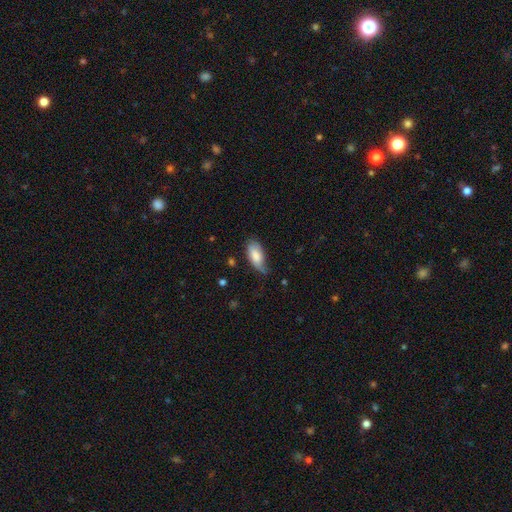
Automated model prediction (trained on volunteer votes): Smooth or featured: smooth — 76% (featured or disk — 17%)
How rounded: in between — 88% (cigar-shaped — 10%)
Merging: none — 44% (minor disturbance — 42%)